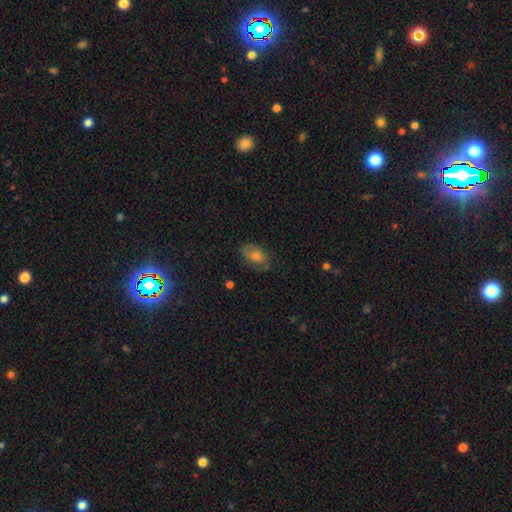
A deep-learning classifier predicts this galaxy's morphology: Overall: smooth (54%; featured or disk 24%). How rounded: in between (87%). Merging: none (72%).